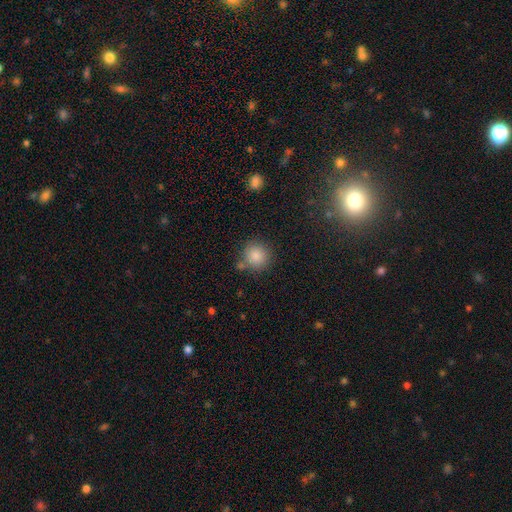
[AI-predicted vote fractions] The model was most divided on "merging": none: 74%, minor disturbance: 12%, merger: 10%, major disturbance: 4%. More confident: how rounded — round (91%); smooth or featured — smooth (85%).